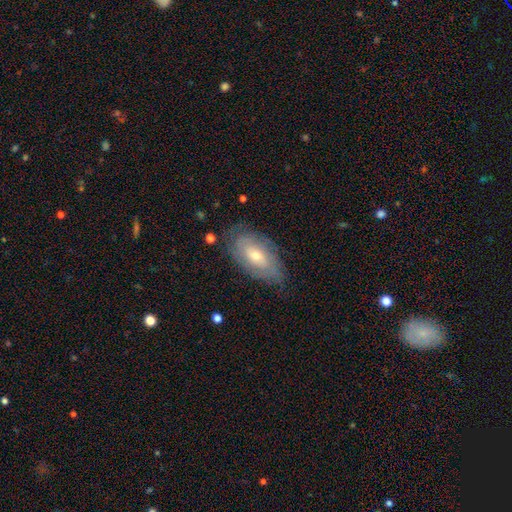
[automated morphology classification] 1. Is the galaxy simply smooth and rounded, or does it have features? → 54% featured or disk, 39% smooth, 7% star or artifact.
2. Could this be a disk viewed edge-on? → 88% no, 12% yes.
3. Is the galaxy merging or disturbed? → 71% none, 21% minor disturbance, 6% major disturbance, 1% merger.